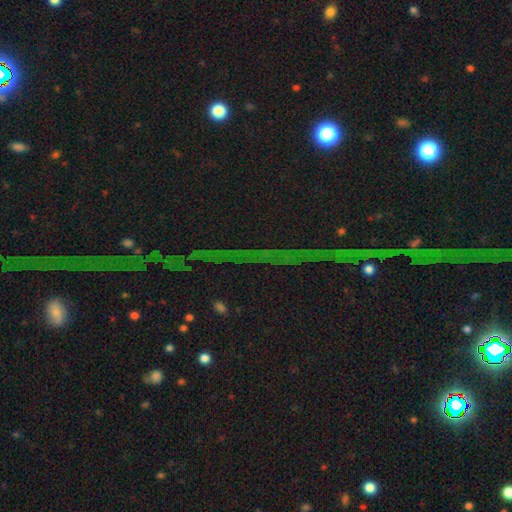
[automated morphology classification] A star or artifact, not a galaxy (80%).